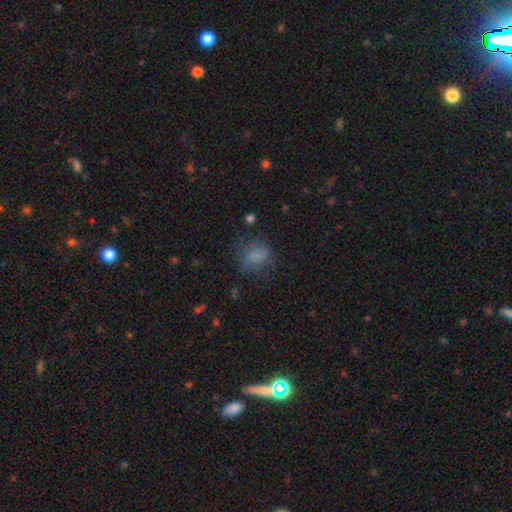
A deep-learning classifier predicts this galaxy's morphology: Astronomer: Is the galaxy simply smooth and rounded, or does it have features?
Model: smooth — 73%.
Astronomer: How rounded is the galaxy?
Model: round — 51% (runner-up: in between, 48%).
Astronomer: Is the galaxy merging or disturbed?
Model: none — 59%.